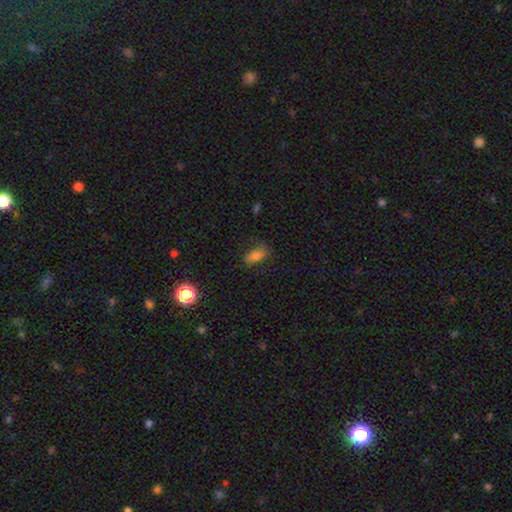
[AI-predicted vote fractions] Overall: smooth (72%). How rounded: in between (85%). Merging: none (65%).